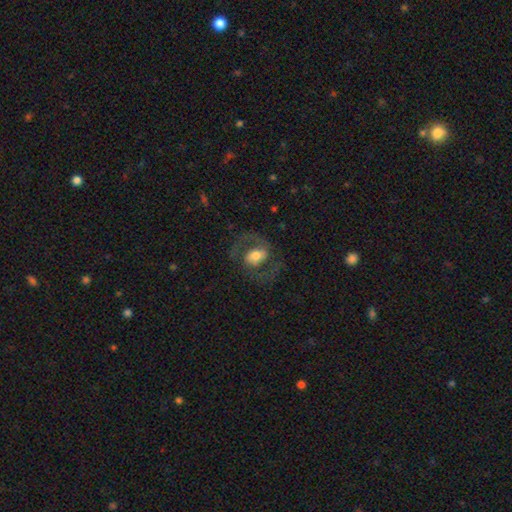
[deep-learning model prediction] Morphology: type=featured or disk (67%); edge-on=no (96%); bar=weak (40%); spiral arms=yes (81%); winding=medium (56%); arm count=2 (88%); bulge=moderate (56%); merging=none (68%).